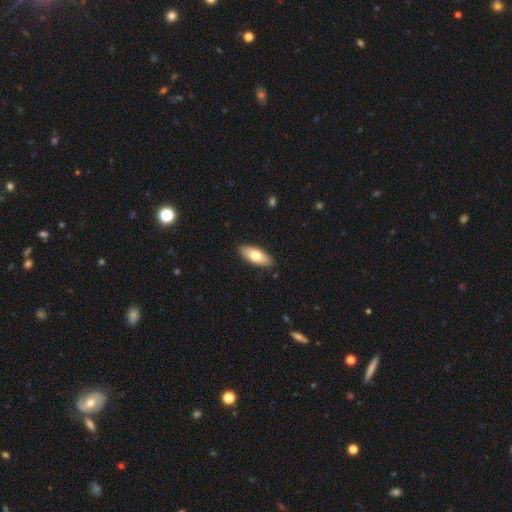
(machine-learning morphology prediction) type=smooth (73%); roundness=in between (80%); merging=none (89%).